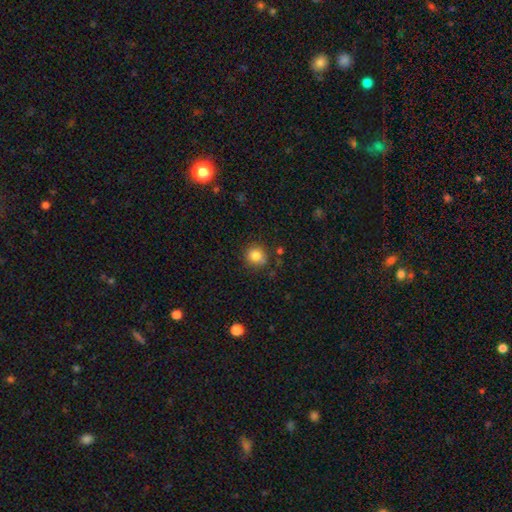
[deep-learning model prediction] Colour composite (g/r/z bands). It shows a smooth galaxy with no disk features (82%) that is round (88%). Merging: none (81%).